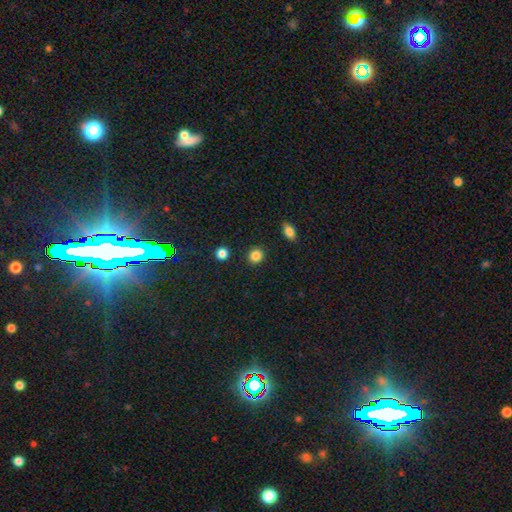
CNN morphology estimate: The model was most divided on "how rounded": round: 84%, in between: 15%, cigar-shaped: 1%. More confident: merging — none (90%); smooth or featured — smooth (86%).